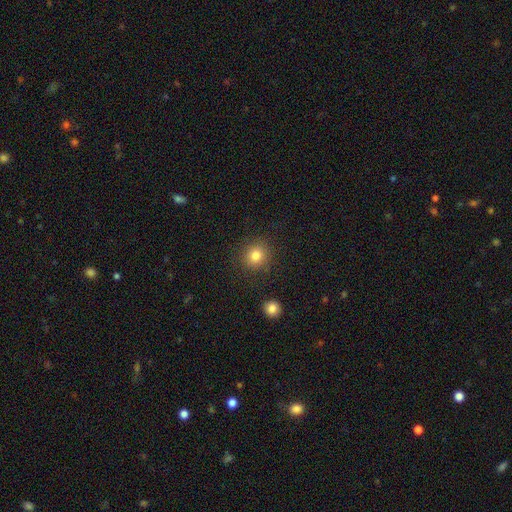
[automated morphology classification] Smooth or featured?
  - smooth: 82% *
  - star or artifact: 12%
  - featured or disk: 6%
How rounded?
  - round: 90% *
  - in between: 9%
  - cigar-shaped: 1%
Merging?
  - none: 88% *
  - minor disturbance: 7%
  - major disturbance: 3%
  - merger: 2%